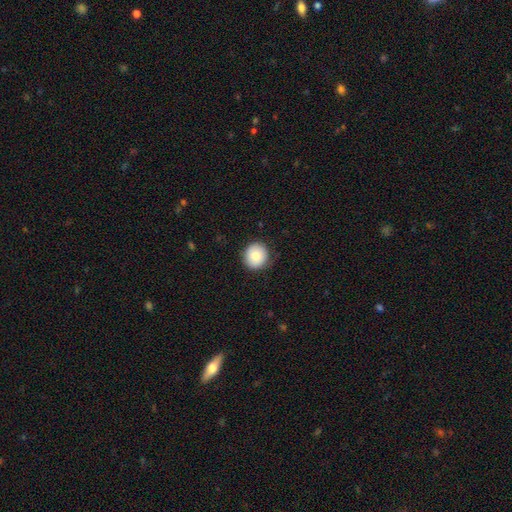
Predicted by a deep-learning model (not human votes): A smooth galaxy with no disk features (82%) that is round (89%).

Vote fractions:
- Smooth or featured? smooth: 82% / featured or disk: 10% / star or artifact: 8%
- How rounded? round: 89% / in between: 10% / cigar-shaped: 1%
- Merging? none: 87% / minor disturbance: 10% / major disturbance: 2% / merger: 1%